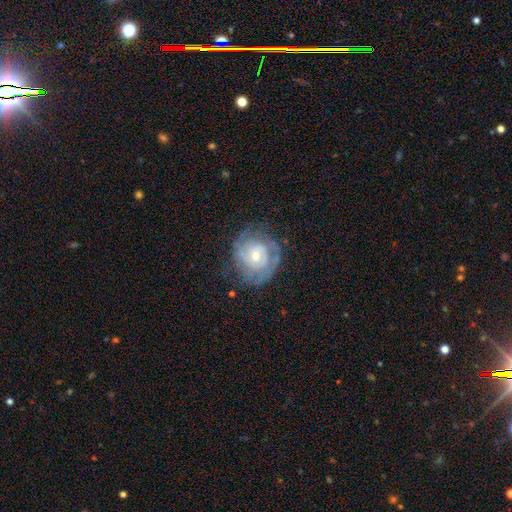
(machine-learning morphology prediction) This appears to be a featured or disk galaxy (69%) with no bar (68%), tight (59%) spiral arms (82%) and a moderate central bulge (49%). Merging: none (62%).